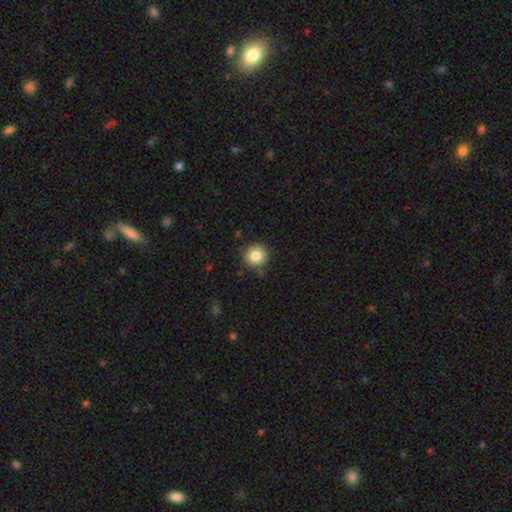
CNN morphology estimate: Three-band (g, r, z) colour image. It shows a smooth galaxy with no disk features (82%) that is round (92%). Merging: none (84%).